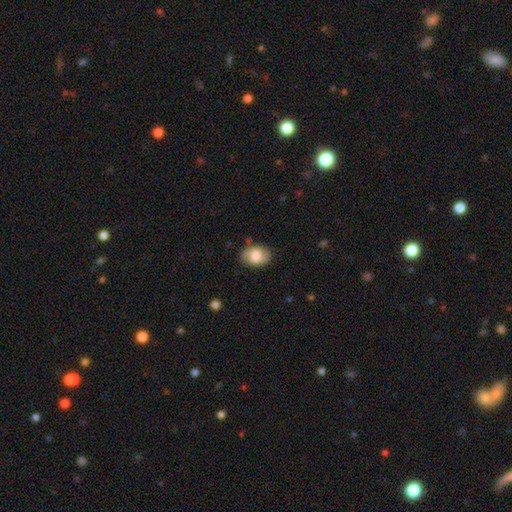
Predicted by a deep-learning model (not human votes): Smooth or featured: smooth — 78% (featured or disk — 16%)
How rounded: in between — 82% (round — 17%)
Merging: none — 81% (minor disturbance — 14%)